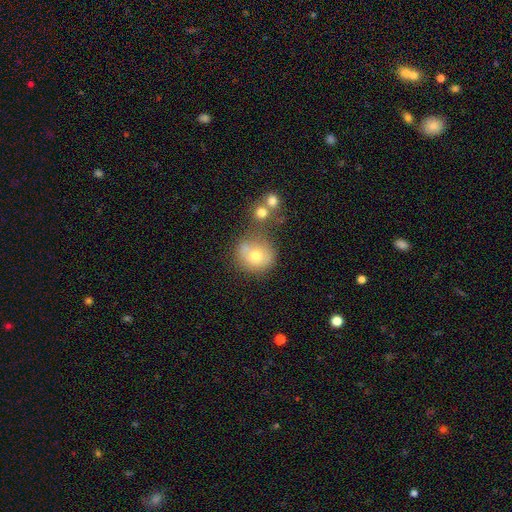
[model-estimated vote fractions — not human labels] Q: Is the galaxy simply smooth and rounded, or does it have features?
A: smooth — 68%.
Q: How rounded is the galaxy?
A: round — 83%.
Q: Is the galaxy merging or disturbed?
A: none — 49%.